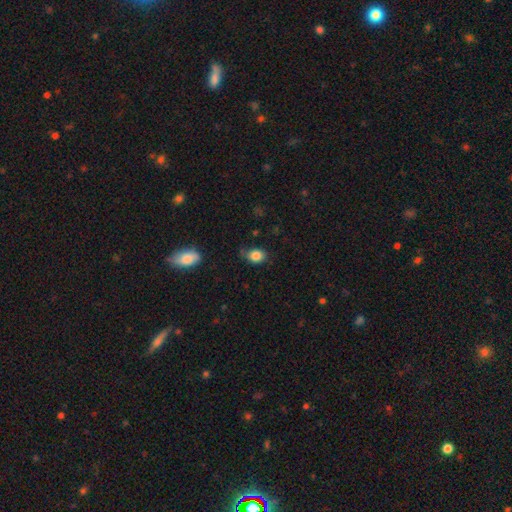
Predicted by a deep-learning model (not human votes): This is clearly a smooth galaxy (84%). How rounded: likely in between (60%). Merging: likely none (64%).